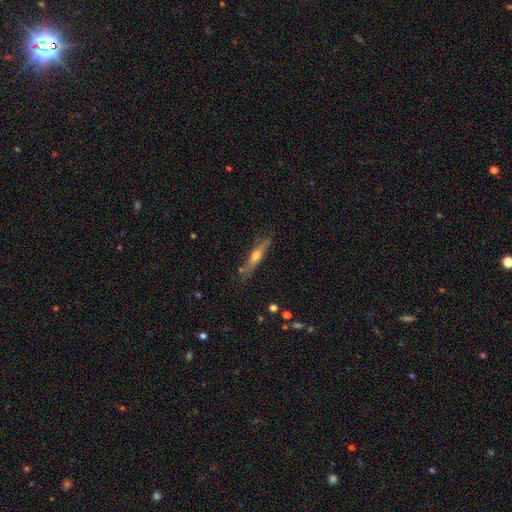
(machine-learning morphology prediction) type=featured or disk (57%); edge-on=yes (91%); edge-on bulge=rounded (87%); merging=none (78%).